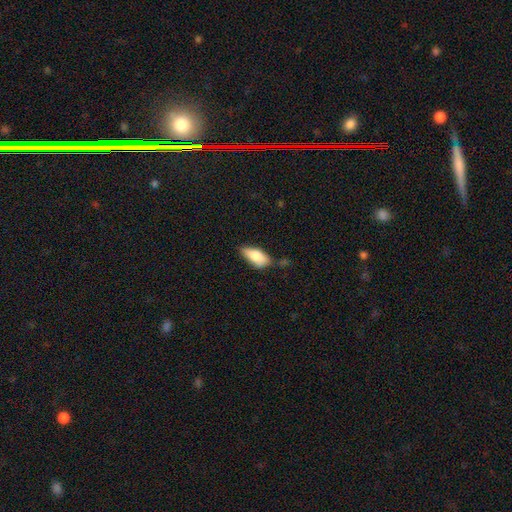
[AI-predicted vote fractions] This appears to be a smooth galaxy with no disk features (75%) that is in between round and cigar-shaped (84%). Merging: none (54%).